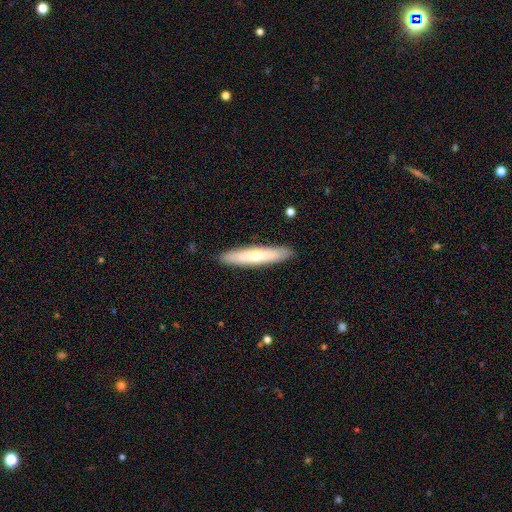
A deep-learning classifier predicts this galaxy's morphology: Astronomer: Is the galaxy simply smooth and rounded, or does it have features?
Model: smooth — 61%.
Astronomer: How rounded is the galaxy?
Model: cigar-shaped — 89%.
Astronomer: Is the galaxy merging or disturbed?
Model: none — 91%.